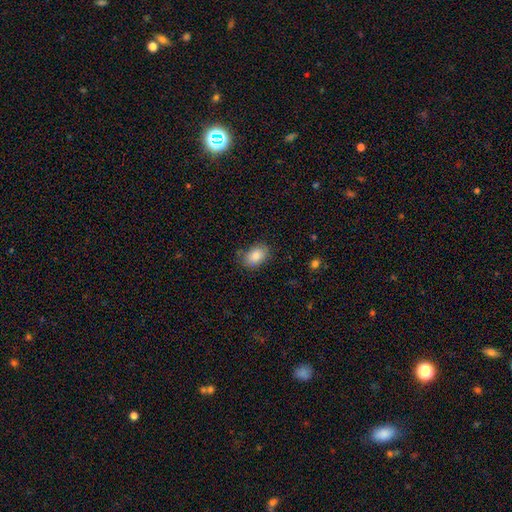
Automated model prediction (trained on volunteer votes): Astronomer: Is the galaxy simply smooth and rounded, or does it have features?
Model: smooth — 85%.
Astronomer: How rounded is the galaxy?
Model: in between — 82%.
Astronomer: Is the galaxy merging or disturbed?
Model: none — 78%.